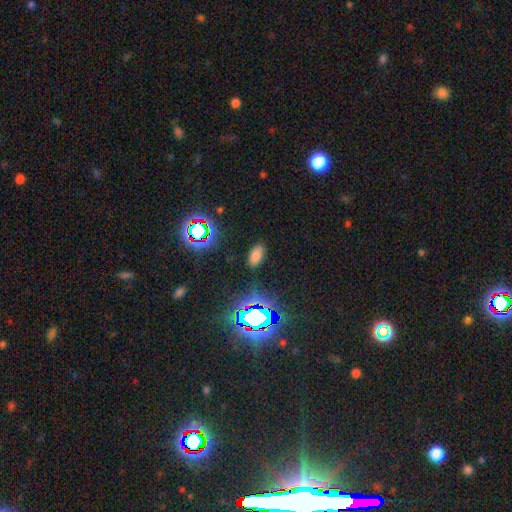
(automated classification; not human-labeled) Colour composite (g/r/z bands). It shows a smooth galaxy with no disk features (68%) that is in between round and cigar-shaped (92%). Merging: none (87%).